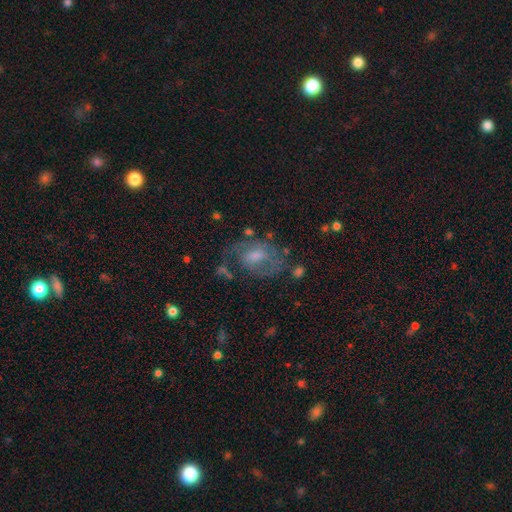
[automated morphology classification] This appears to be a featured or disk galaxy (63%) with no bar (46%), spiral arms (76%) and a moderate central bulge (49%). Merging: none (57%).